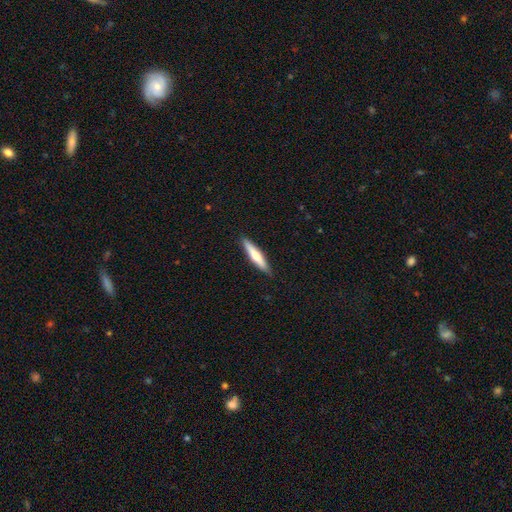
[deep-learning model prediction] Smooth or featured?
  - smooth: 62% *
  - featured or disk: 33%
  - star or artifact: 5%
How rounded?
  - cigar-shaped: 88% *
  - in between: 11%
  - round: 1%
Merging?
  - none: 89% *
  - minor disturbance: 9%
  - major disturbance: 2%
  - merger: 1%